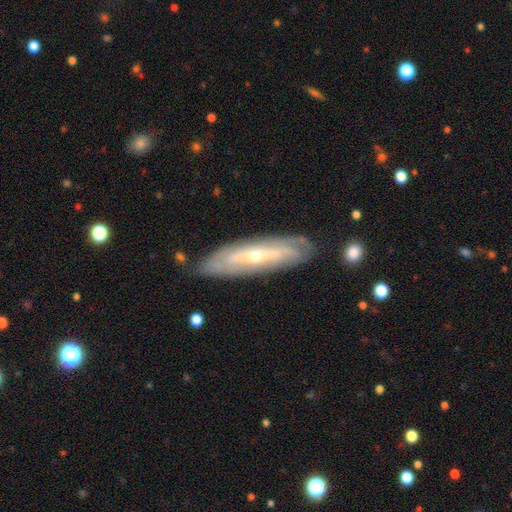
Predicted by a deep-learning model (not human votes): Overall: featured or disk (73%). Edge-on disk: no (64%; yes 36%). Merging: none (81%).